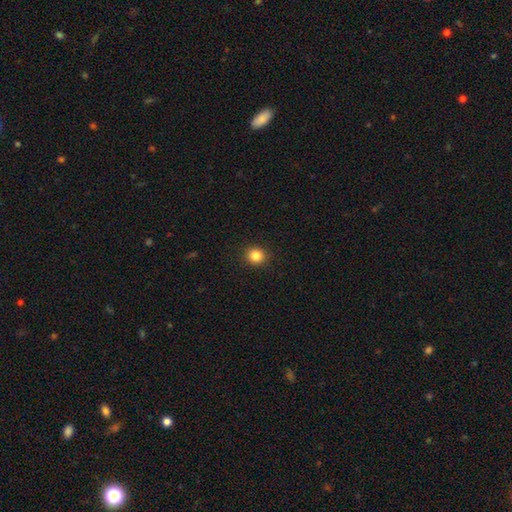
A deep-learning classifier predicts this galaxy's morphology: Smooth or featured? Predicted: smooth (p=0.85). How rounded? Predicted: round (p=0.90). Merging? Predicted: none (p=0.92).